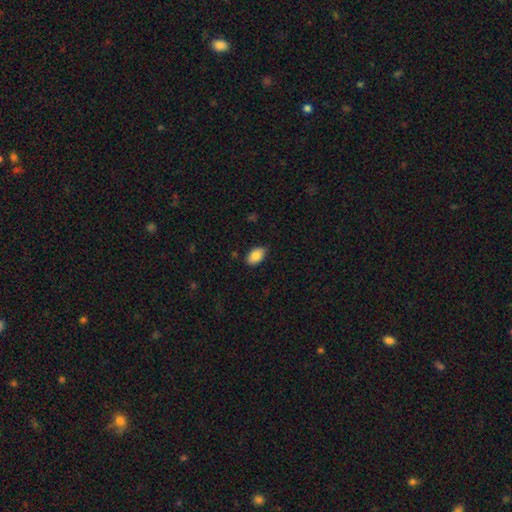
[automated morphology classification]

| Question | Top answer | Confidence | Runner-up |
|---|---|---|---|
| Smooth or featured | smooth | 85% | featured or disk (8%) |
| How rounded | in between | 91% | round (8%) |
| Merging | none | 81% | minor disturbance (16%) |